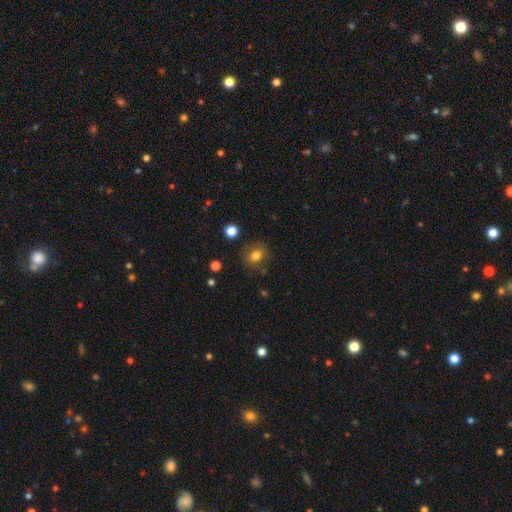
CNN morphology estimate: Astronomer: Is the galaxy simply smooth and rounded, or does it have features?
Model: smooth — 80%.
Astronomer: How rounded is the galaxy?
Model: round — 76%.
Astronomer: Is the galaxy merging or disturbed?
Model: none — 83%.